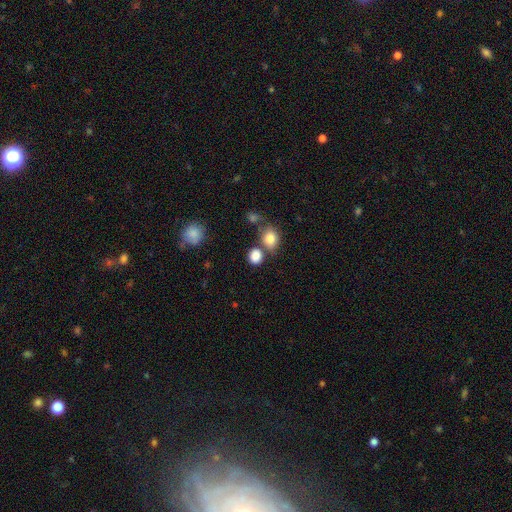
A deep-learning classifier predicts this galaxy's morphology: This appears to be a smooth galaxy with no disk features (84%) that is round (71%). Merging: none (62%).